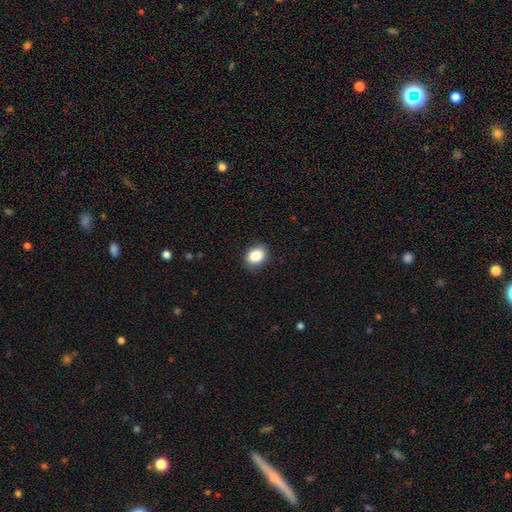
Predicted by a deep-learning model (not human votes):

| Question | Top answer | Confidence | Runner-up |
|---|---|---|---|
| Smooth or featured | smooth | 86% | star or artifact (9%) |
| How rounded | in between | 60% | round (39%) |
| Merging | none | 85% | minor disturbance (11%) |